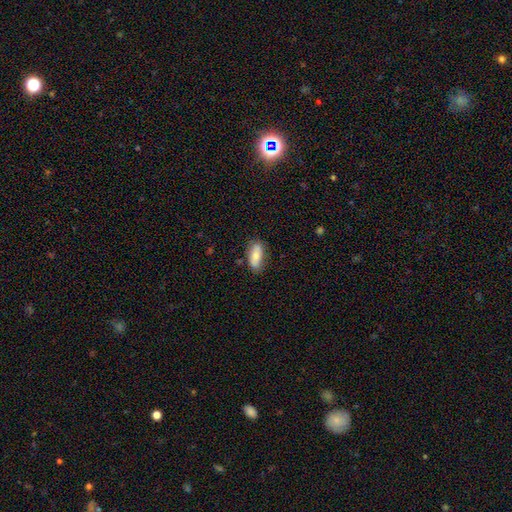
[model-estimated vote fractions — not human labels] Overall: smooth (74%). How rounded: in between (83%). Merging: none (76%).